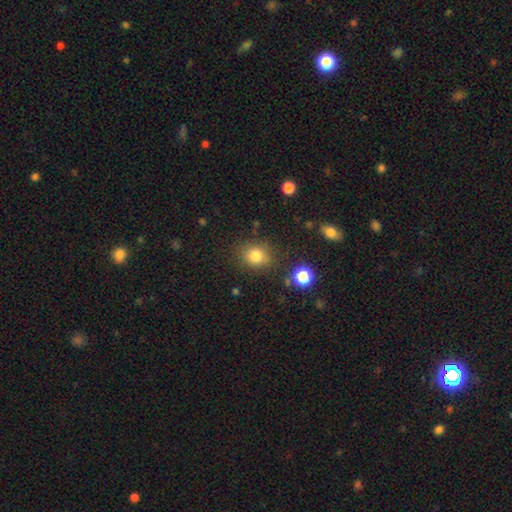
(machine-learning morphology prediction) Q: Smooth or featured?
A: smooth (80%); runner-up: star or artifact (13%)
Q: How rounded?
A: round (74%); runner-up: in between (25%)
Q: Merging?
A: none (81%); runner-up: minor disturbance (12%)